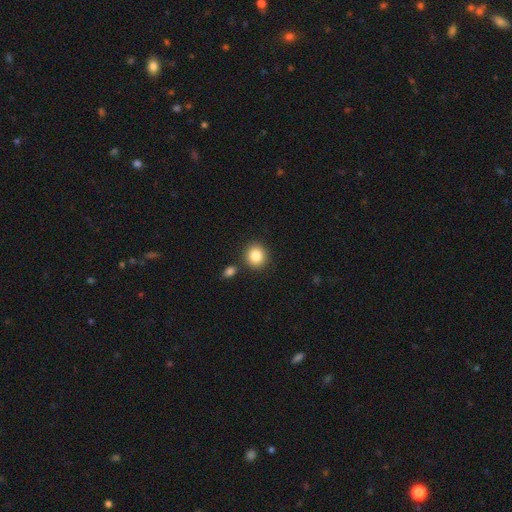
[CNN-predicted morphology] This is clearly a smooth galaxy (85%). How rounded: clearly round (86%). Merging: clearly none (82%).